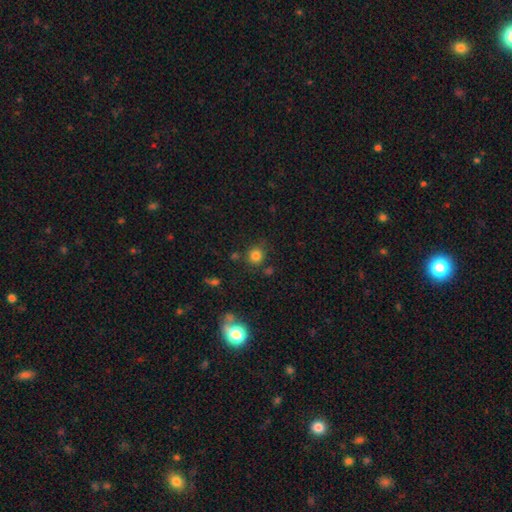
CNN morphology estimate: The model was most divided on "smooth or featured": smooth: 79%, star or artifact: 15%, featured or disk: 6%. More confident: how rounded — round (90%); merging — none (78%).